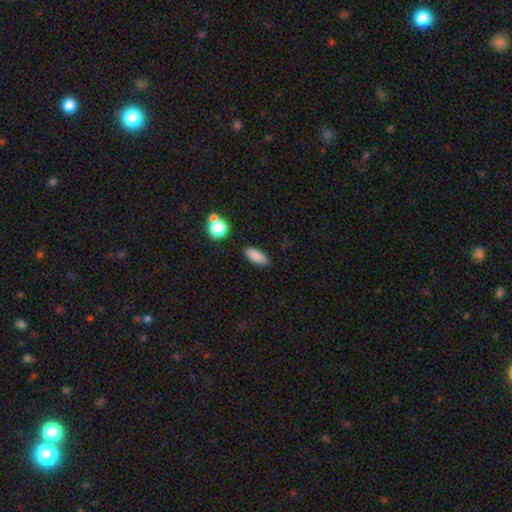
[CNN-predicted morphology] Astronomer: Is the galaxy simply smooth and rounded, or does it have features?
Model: smooth — 86%.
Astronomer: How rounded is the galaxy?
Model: in between — 79%.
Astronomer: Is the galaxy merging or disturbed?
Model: none — 84%.